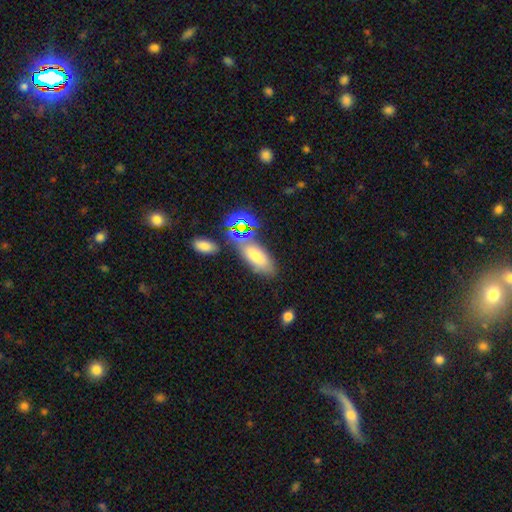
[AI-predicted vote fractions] The model was most divided on "merging": none: 63%, minor disturbance: 16%, merger: 15%, major disturbance: 6%. More confident: how rounded — in between (79%); smooth or featured — smooth (66%).